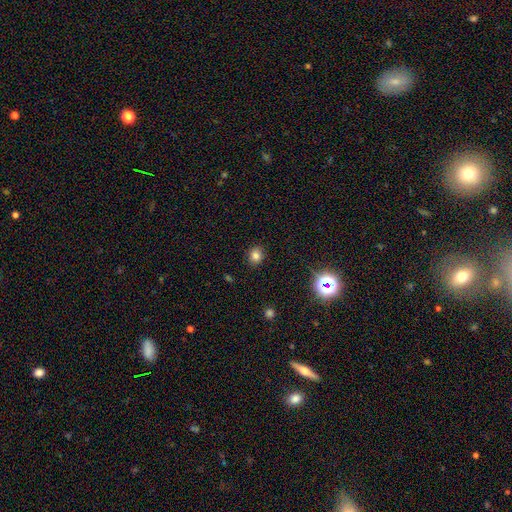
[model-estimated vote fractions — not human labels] Smooth or featured: smooth — 78% (star or artifact — 16%)
How rounded: round — 71% (in between — 28%)
Merging: none — 89% (minor disturbance — 7%)